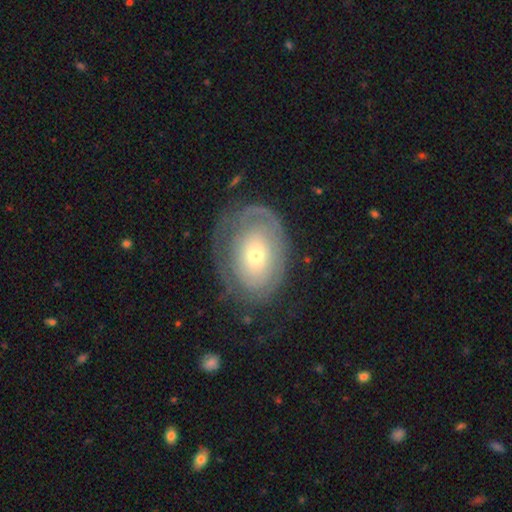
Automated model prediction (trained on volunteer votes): This appears to be a featured or disk galaxy (64%) with no bar (85%), spiral arms (60%) and a small central bulge (56%). Merging: none (64%).